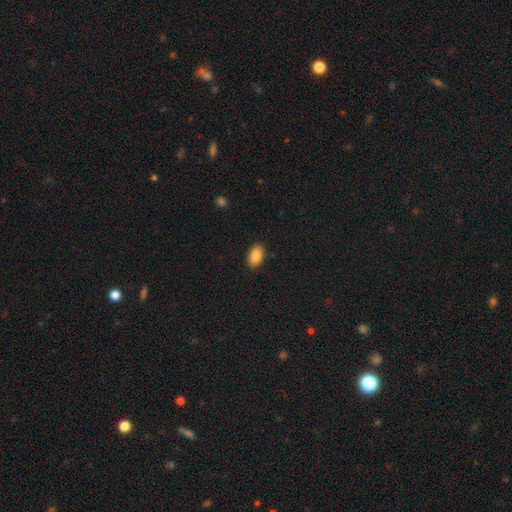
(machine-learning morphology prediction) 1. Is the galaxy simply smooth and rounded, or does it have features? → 85% smooth, 8% featured or disk, 7% star or artifact.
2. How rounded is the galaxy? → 92% in between, 6% round, 2% cigar-shaped.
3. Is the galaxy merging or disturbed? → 89% none, 8% minor disturbance, 2% major disturbance, 1% merger.